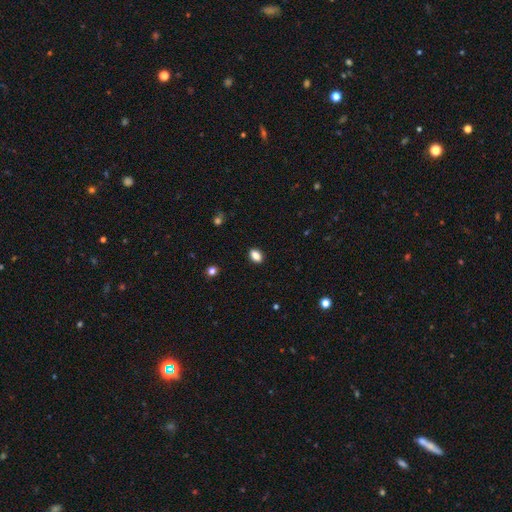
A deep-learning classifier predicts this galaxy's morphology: Q: Smooth or featured?
A: smooth (86%); runner-up: star or artifact (9%)
Q: How rounded?
A: in between (83%); runner-up: round (16%)
Q: Merging?
A: none (90%); runner-up: minor disturbance (7%)